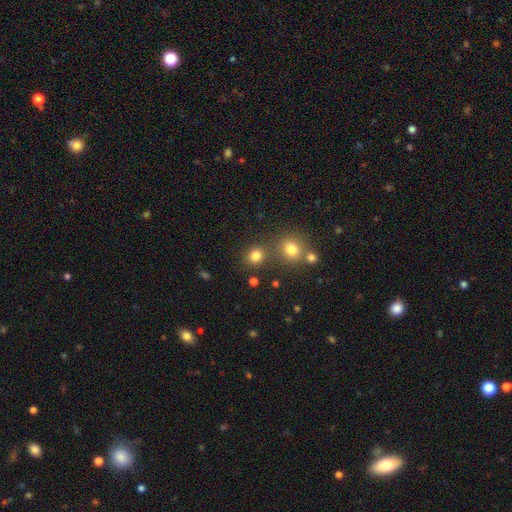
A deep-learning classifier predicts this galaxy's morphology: A smooth galaxy with no disk features (79%) that is round (83%).

Vote fractions:
- Smooth or featured? smooth: 79% / star or artifact: 15% / featured or disk: 6%
- How rounded? round: 83% / in between: 16% / cigar-shaped: 1%
- Merging? none: 73% / merger: 15% / minor disturbance: 8% / major disturbance: 4%